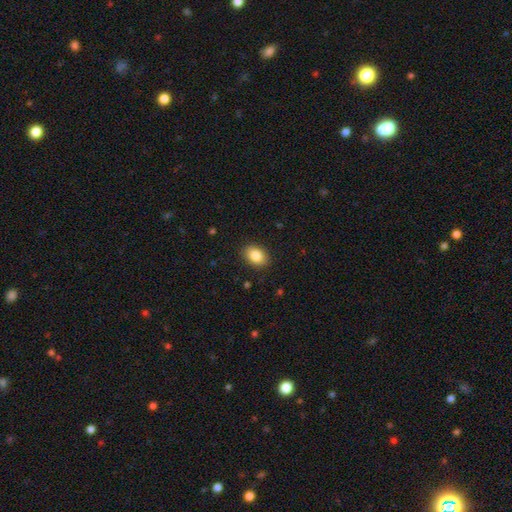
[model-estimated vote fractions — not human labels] A smooth galaxy with no disk features (86%) that is in between round and cigar-shaped (81%).

Vote fractions:
- Smooth or featured? smooth: 86% / star or artifact: 8% / featured or disk: 6%
- How rounded? in between: 81% / round: 18% / cigar-shaped: 1%
- Merging? none: 88% / minor disturbance: 8% / major disturbance: 2% / merger: 1%